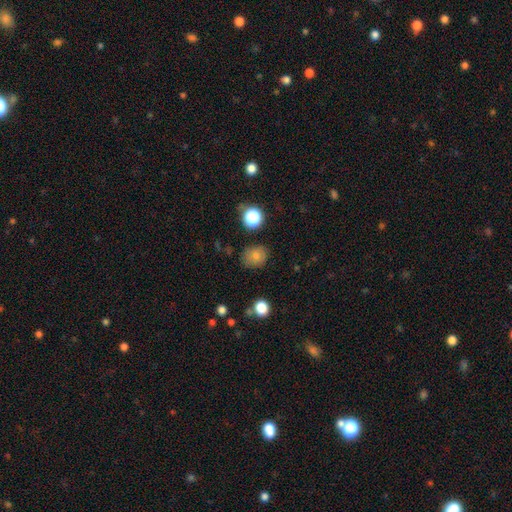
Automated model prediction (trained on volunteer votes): Morphology: type=smooth (77%); roundness=round (72%); merging=none (79%).